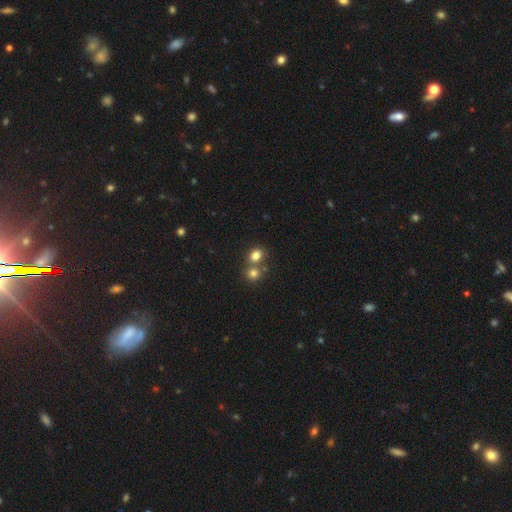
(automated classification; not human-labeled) Morphology: type=smooth (78%); roundness=round (67%); merging=none (48%).